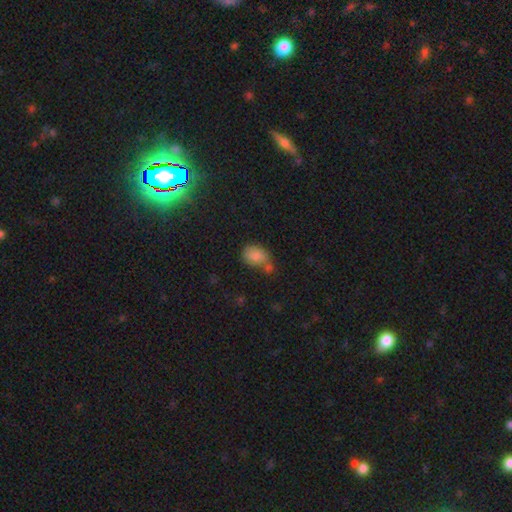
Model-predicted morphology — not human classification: This is clearly a smooth galaxy (82%). How rounded: likely in between (70%). Merging: marginally none (40%).